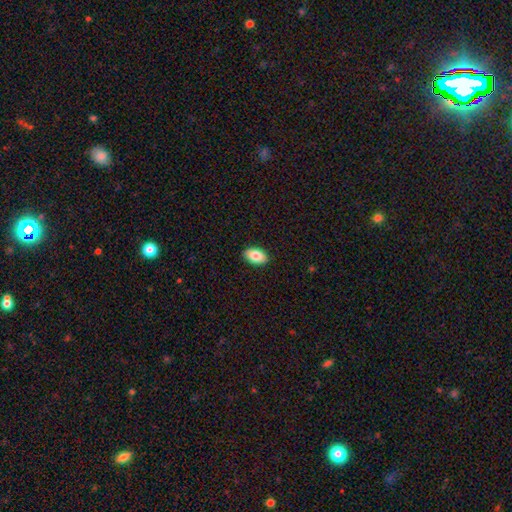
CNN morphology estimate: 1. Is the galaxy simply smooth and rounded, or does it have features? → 85% smooth, 9% featured or disk, 7% star or artifact.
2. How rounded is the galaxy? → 93% in between, 5% round, 2% cigar-shaped.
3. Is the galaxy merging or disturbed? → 90% none, 7% minor disturbance, 2% major disturbance, 1% merger.